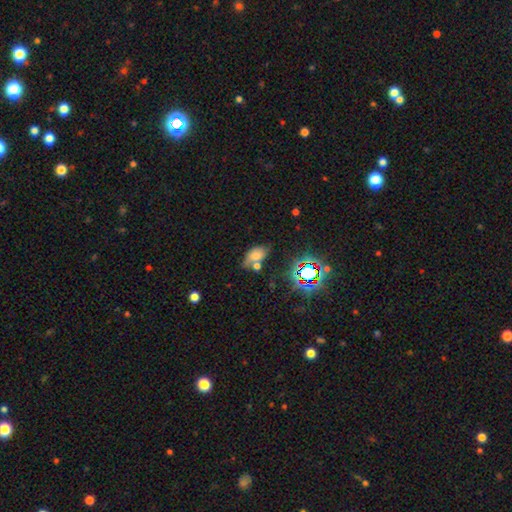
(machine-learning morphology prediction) Smooth or featured?
  - smooth: 59% *
  - star or artifact: 22%
  - featured or disk: 20%
How rounded?
  - in between: 86% *
  - round: 11%
  - cigar-shaped: 3%
Merging?
  - none: 45% *
  - merger: 27%
  - minor disturbance: 20%
  - major disturbance: 8%